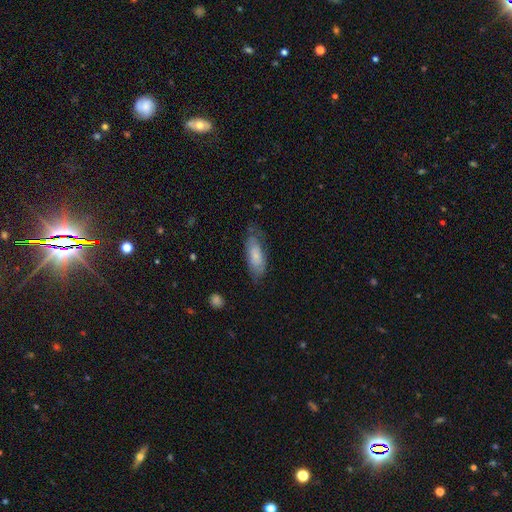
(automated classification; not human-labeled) A smooth galaxy with no disk features (66%) that is in between round and cigar-shaped (75%). Merging: none (62%).